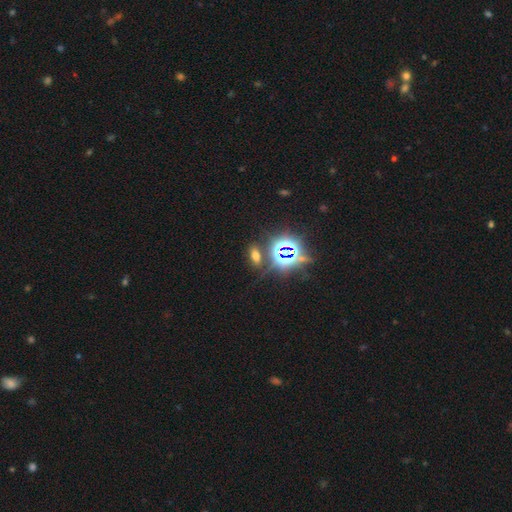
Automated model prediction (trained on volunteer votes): A smooth galaxy with no disk features (48%).

Vote fractions:
- Smooth or featured? smooth: 48% / star or artifact: 42% / featured or disk: 10%
- Merging? none: 79% / minor disturbance: 10% / merger: 7% / major disturbance: 4%